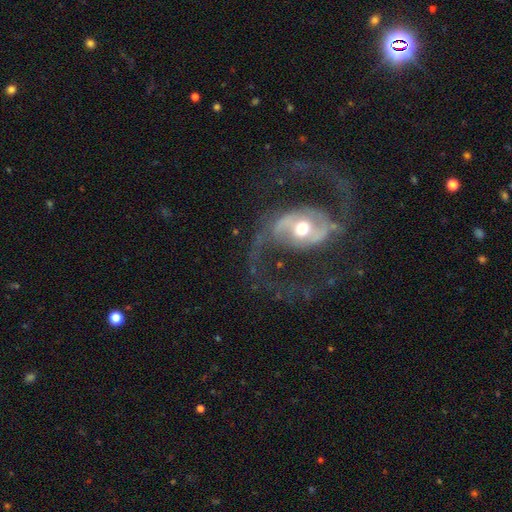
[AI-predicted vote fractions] A featured or disk galaxy (92%) with a strong bar (38%), 2 (94%) medium (59%) spiral arms (96%) and a moderate central bulge (62%). Merging: none (78%).